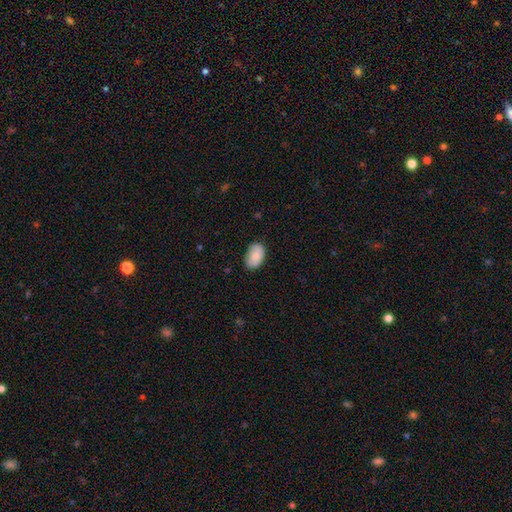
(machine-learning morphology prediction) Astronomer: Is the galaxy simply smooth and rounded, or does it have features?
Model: smooth — 85%.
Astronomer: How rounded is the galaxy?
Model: in between — 91%.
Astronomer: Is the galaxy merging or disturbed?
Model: none — 82%.